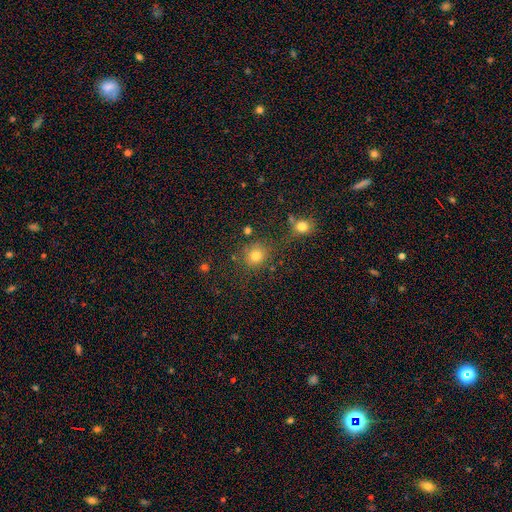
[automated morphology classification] smooth_or_featured: smooth (p=0.77) [alt: star or artifact p=0.16]
how_rounded: round (p=0.83) [alt: in between p=0.16]
merging: none (p=0.74) [alt: minor disturbance p=0.11]